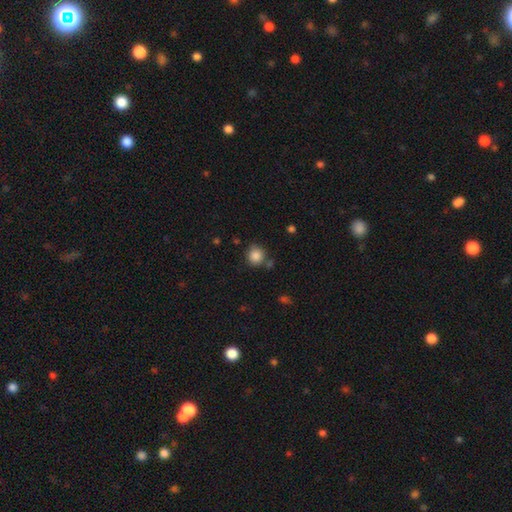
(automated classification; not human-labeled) A smooth galaxy with no disk features (86%) that is round (88%).

Vote fractions:
- Smooth or featured? smooth: 86% / star or artifact: 10% / featured or disk: 4%
- How rounded? round: 88% / in between: 11% / cigar-shaped: 1%
- Merging? none: 74% / minor disturbance: 14% / merger: 8% / major disturbance: 4%